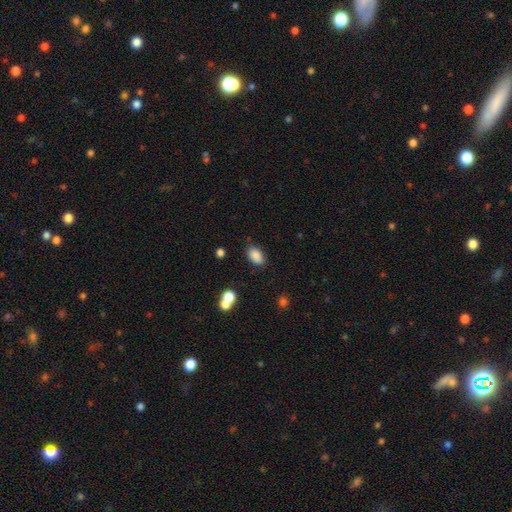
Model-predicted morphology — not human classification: smooth_or_featured: smooth (p=0.87) [alt: star or artifact p=0.09]
how_rounded: in between (p=0.90) [alt: round p=0.09]
merging: none (p=0.81) [alt: minor disturbance p=0.13]